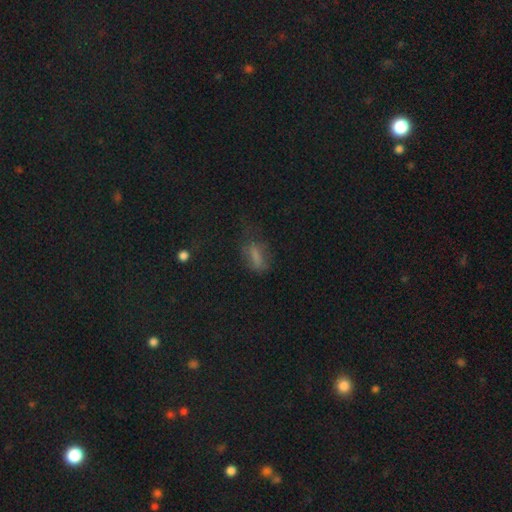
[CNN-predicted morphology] This is likely a smooth galaxy (61%). How rounded: likely in between (65%). Merging: possibly none (50%).